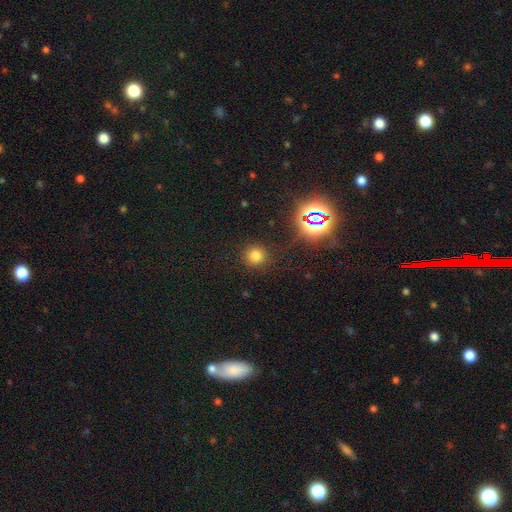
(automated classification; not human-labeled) smooth_or_featured: smooth (p=0.73) [alt: star or artifact p=0.21]
how_rounded: round (p=0.93) [alt: in between p=0.06]
merging: none (p=0.88) [alt: minor disturbance p=0.07]